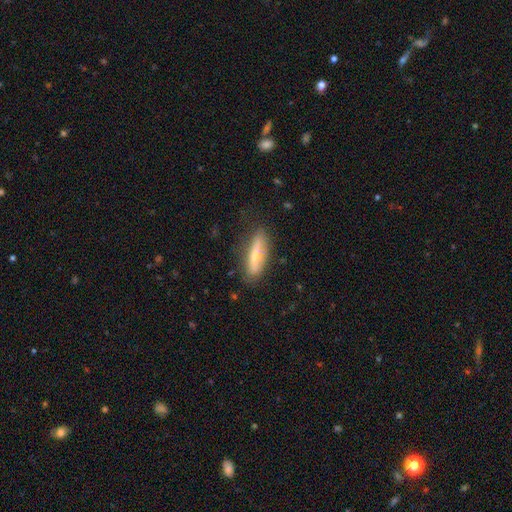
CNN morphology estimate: A smooth galaxy with no disk features (51%) that is cigar-shaped (66%).

Vote fractions:
- Smooth or featured? smooth: 51% / featured or disk: 43% / star or artifact: 6%
- How rounded? cigar-shaped: 66% / in between: 32% / round: 2%
- Merging? none: 80% / minor disturbance: 15% / major disturbance: 4% / merger: 2%